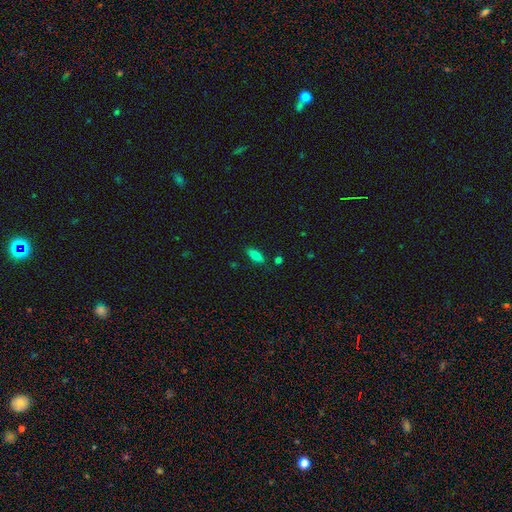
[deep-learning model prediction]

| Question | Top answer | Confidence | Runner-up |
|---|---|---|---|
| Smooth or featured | smooth | 76% | featured or disk (15%) |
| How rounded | in between | 78% | cigar-shaped (19%) |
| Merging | none | 81% | minor disturbance (13%) |